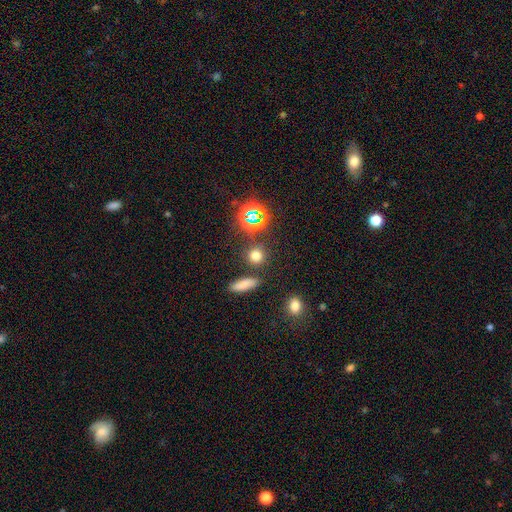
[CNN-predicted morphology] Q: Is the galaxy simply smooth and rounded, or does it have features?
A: smooth — 67%.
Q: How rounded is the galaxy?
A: round — 84%.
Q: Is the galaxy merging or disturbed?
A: none — 84%.